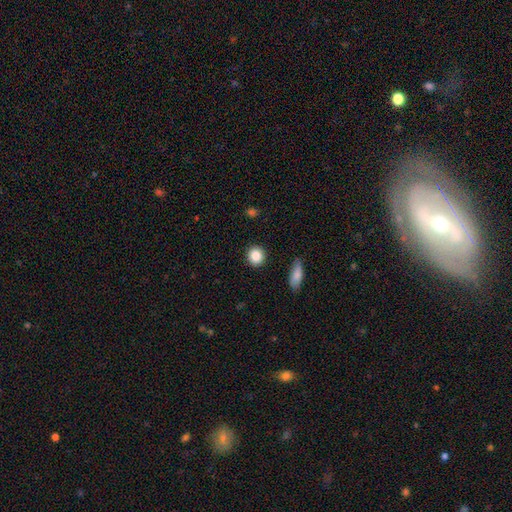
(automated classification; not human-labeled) smooth_or_featured: smooth (p=0.86) [alt: star or artifact p=0.09]
how_rounded: round (p=0.89) [alt: in between p=0.10]
merging: none (p=0.90) [alt: minor disturbance p=0.06]